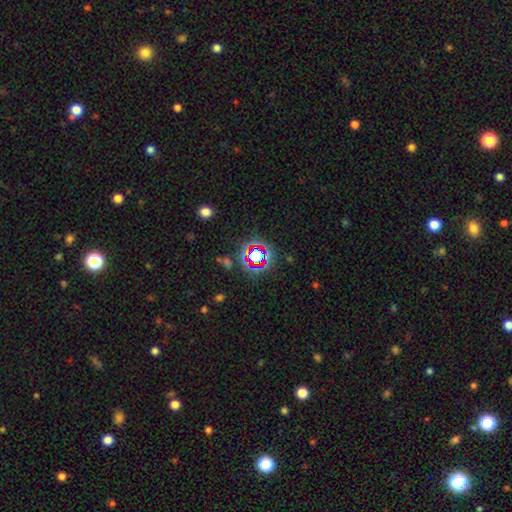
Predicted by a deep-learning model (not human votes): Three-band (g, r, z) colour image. It shows a star or artifact, not a galaxy (65%).